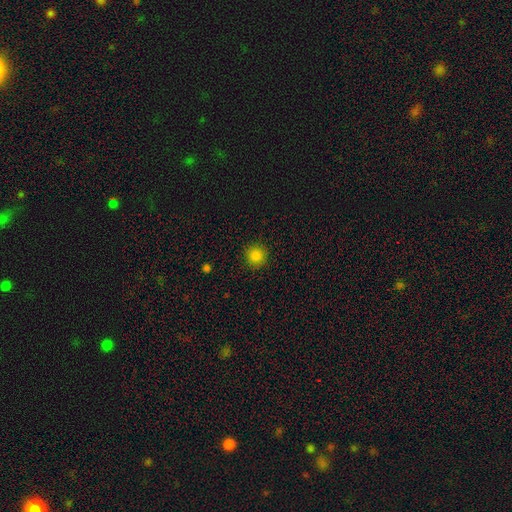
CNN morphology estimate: smooth 84%, star or artifact 12%, featured or disk 3%. Down the decision tree: how rounded — round (94%); merging — none (91%).